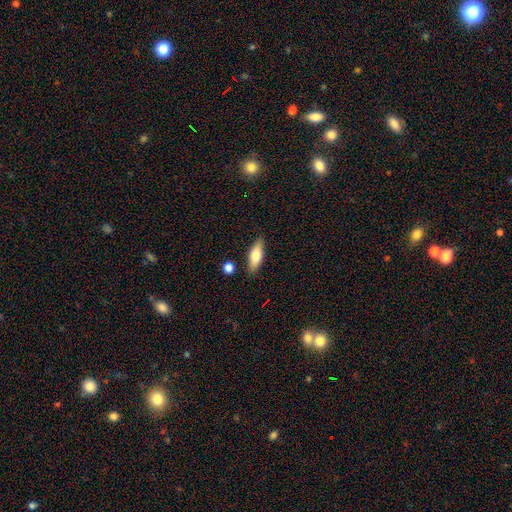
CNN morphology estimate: This is likely a smooth galaxy (73%). How rounded: likely in between (65%). Merging: clearly none (84%).